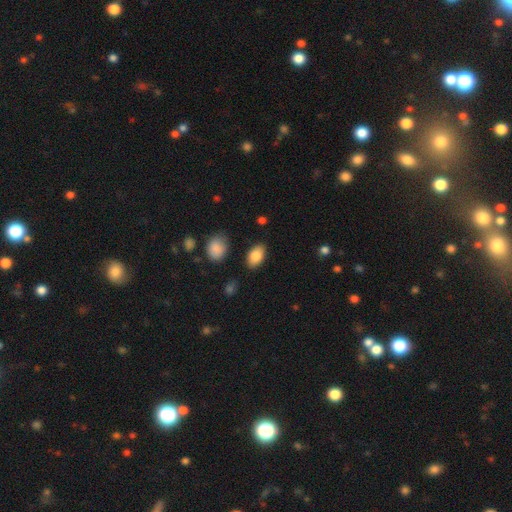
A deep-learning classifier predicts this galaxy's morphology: This appears to be a smooth galaxy with no disk features (84%) that is in between round and cigar-shaped (92%). Merging: none (84%).